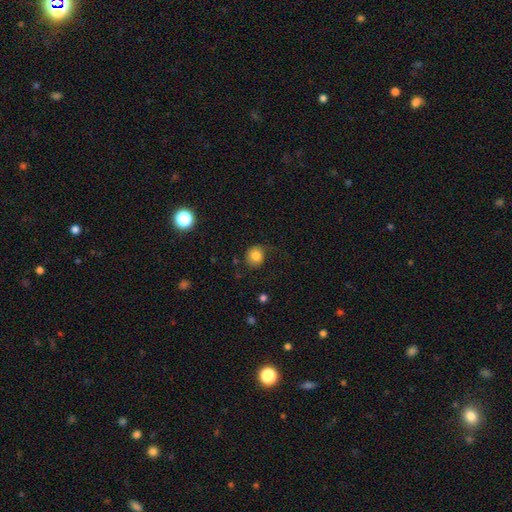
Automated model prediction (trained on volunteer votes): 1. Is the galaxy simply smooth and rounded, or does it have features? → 81% smooth, 11% star or artifact, 8% featured or disk.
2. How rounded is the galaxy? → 79% round, 21% in between, 1% cigar-shaped.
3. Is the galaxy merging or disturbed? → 67% none, 21% minor disturbance, 10% major disturbance, 2% merger.